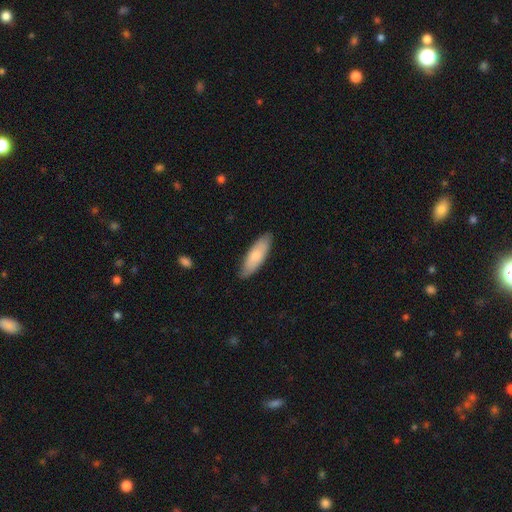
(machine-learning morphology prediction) smooth_or_featured: smooth (p=0.74) [alt: featured or disk p=0.21]
how_rounded: in between (p=0.61) [alt: cigar-shaped p=0.37]
merging: none (p=0.83) [alt: minor disturbance p=0.14]